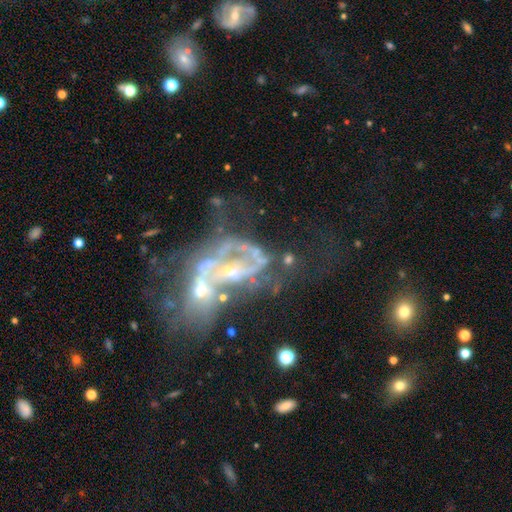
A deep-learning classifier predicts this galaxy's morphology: Smooth or featured?
  - featured or disk: 70% *
  - star or artifact: 16%
  - smooth: 13%
Edge-on disk?
  - no: 98% *
  - yes: 2%
Bar?
  - no: 68% *
  - weak: 22%
  - strong: 11%
Spiral arms?
  - no: 53% *
  - yes: 47%
Bulge size?
  - small: 37% *
  - none: 34%
  - moderate: 24%
  - large: 3%
  - dominant: 2%
Merging?
  - merger: 39% *
  - major disturbance: 31%
  - none: 20%
  - minor disturbance: 11%